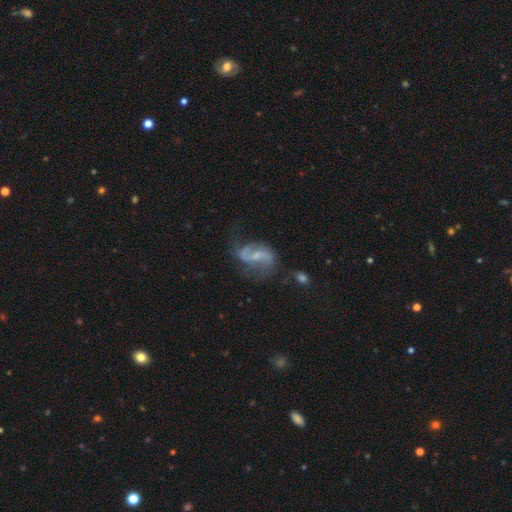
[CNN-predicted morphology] A featured or disk galaxy (82%) with a weak bar (47%), 2 (88%) loose (58%) spiral arms (93%) and a small central bulge (53%).

Vote fractions:
- Smooth or featured? featured or disk: 82% / smooth: 10% / star or artifact: 7%
- Edge-on disk? no: 97% / yes: 3%
- Bar? weak: 47% / strong: 28% / no: 25%
- Spiral arms? yes: 93% / no: 7%
- Spiral winding? loose: 58% / medium: 33% / tight: 9%
- Spiral arm count? 2: 88% / can't tell: 5% / 1: 4% / 3: 2% / 4: 1% / more than 4: 1%
- Bulge size? small: 53% / moderate: 23% / none: 21% / large: 2% / dominant: 1%
- Merging? none: 57% / minor disturbance: 22% / major disturbance: 17% / merger: 4%